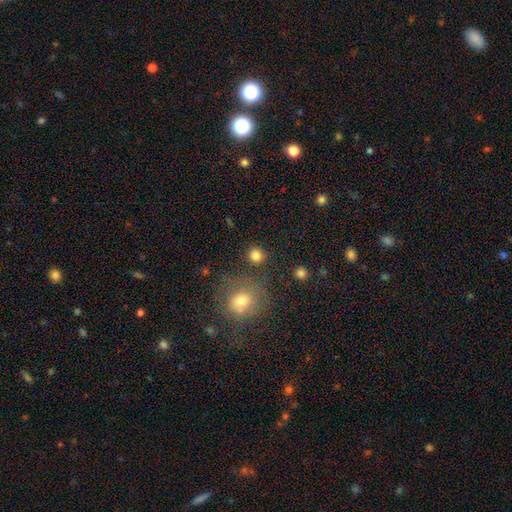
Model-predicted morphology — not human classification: Smooth or featured?
  - smooth: 82% *
  - star or artifact: 13%
  - featured or disk: 5%
How rounded?
  - round: 90% *
  - in between: 9%
  - cigar-shaped: 1%
Merging?
  - none: 86% *
  - minor disturbance: 6%
  - merger: 5%
  - major disturbance: 3%